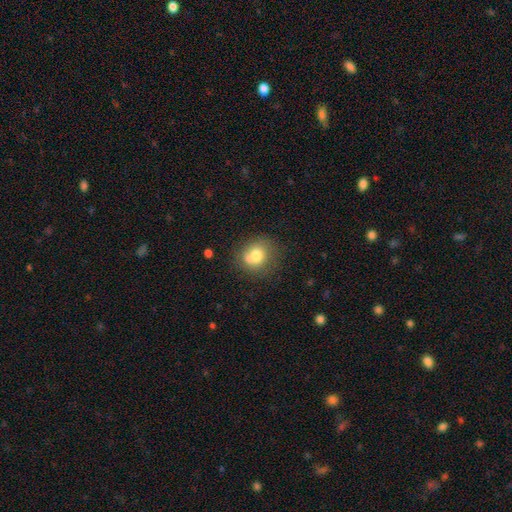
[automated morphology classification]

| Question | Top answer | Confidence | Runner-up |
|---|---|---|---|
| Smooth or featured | smooth | 73% | featured or disk (17%) |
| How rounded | round | 76% | in between (23%) |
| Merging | none | 53% | minor disturbance (20%) |